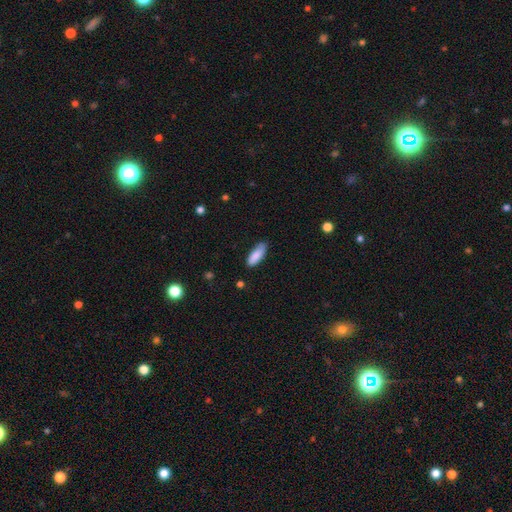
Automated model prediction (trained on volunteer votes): Morphology: type=smooth (87%); roundness=in between (67%); merging=none (78%).